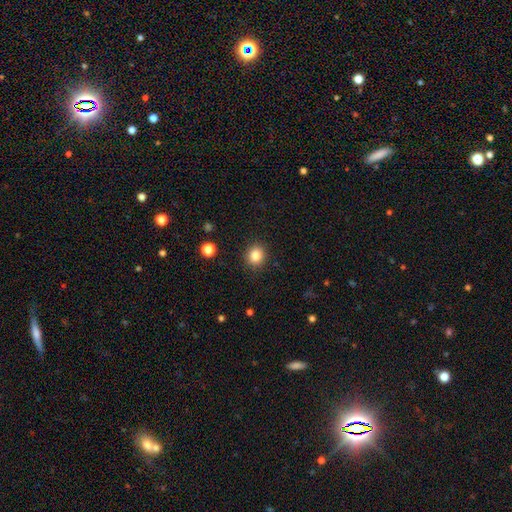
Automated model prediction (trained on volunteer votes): Smooth or featured? Predicted: smooth (p=0.83). How rounded? Predicted: round (p=0.83). Merging? Predicted: none (p=0.91).